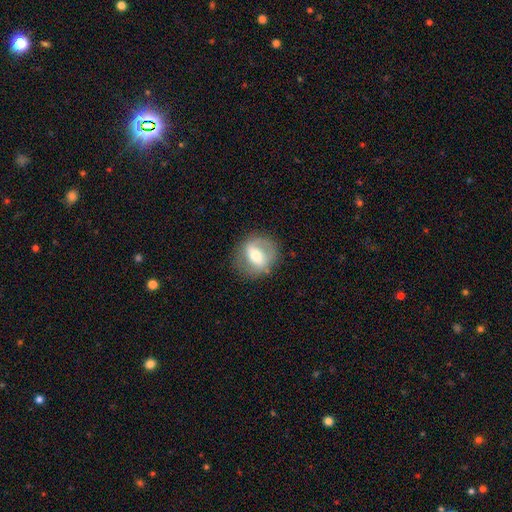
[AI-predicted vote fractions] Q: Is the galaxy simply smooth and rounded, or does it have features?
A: featured or disk — 50%.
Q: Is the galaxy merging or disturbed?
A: none — 75%.